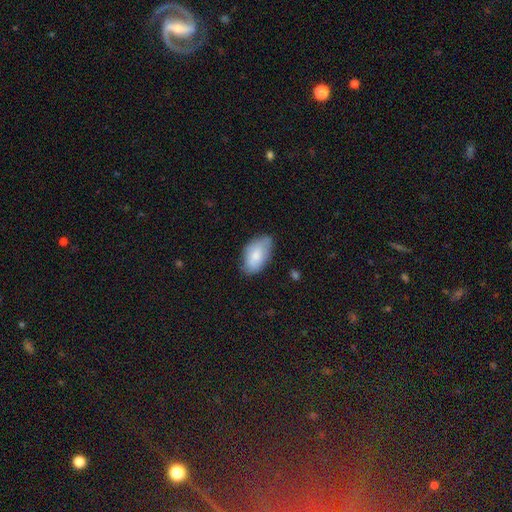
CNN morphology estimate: Smooth or featured?
  - smooth: 79% *
  - featured or disk: 15%
  - star or artifact: 6%
How rounded?
  - in between: 94% *
  - round: 4%
  - cigar-shaped: 2%
Merging?
  - none: 64% *
  - minor disturbance: 29%
  - major disturbance: 5%
  - merger: 2%